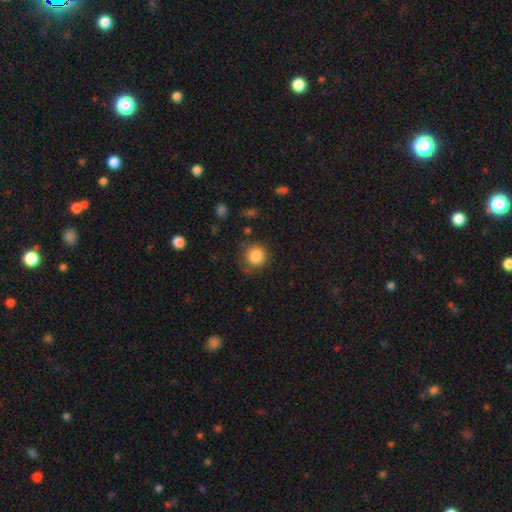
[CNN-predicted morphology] A smooth galaxy with no disk features (85%) that is round (91%).

Vote fractions:
- Smooth or featured? smooth: 85% / star or artifact: 9% / featured or disk: 5%
- How rounded? round: 91% / in between: 8% / cigar-shaped: 1%
- Merging? none: 74% / minor disturbance: 18% / major disturbance: 6% / merger: 3%